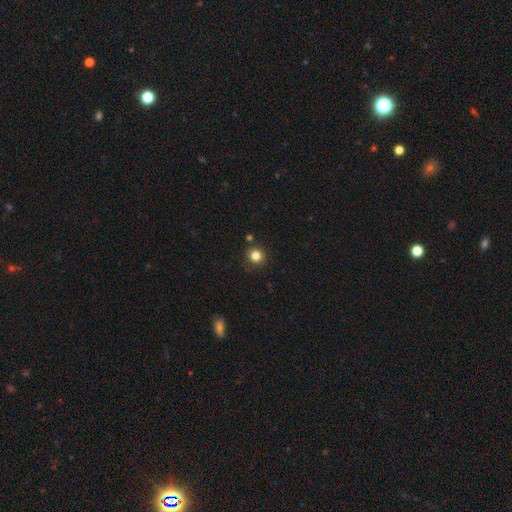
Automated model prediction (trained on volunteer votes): Q: Smooth or featured?
A: smooth (81%); runner-up: star or artifact (13%)
Q: How rounded?
A: round (93%); runner-up: in between (6%)
Q: Merging?
A: none (87%); runner-up: minor disturbance (8%)